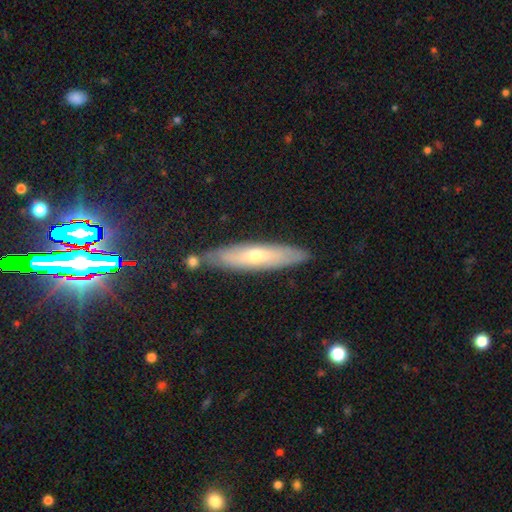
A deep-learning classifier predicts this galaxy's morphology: This is possibly a smooth galaxy (51%). How rounded: likely cigar-shaped (78%). Merging: likely none (78%).